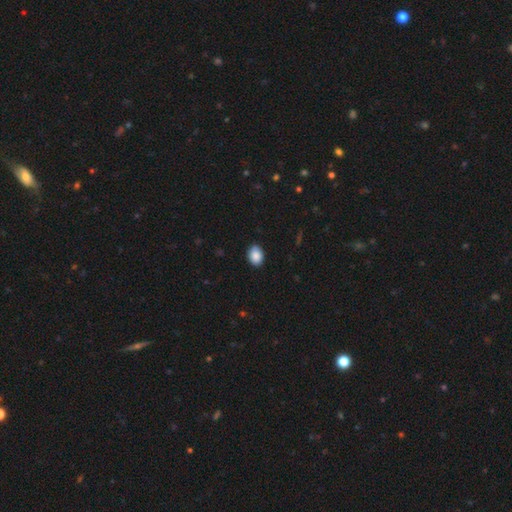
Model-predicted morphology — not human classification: Smooth or featured: smooth — 89% (star or artifact — 7%)
How rounded: in between — 72% (round — 27%)
Merging: none — 87% (minor disturbance — 11%)